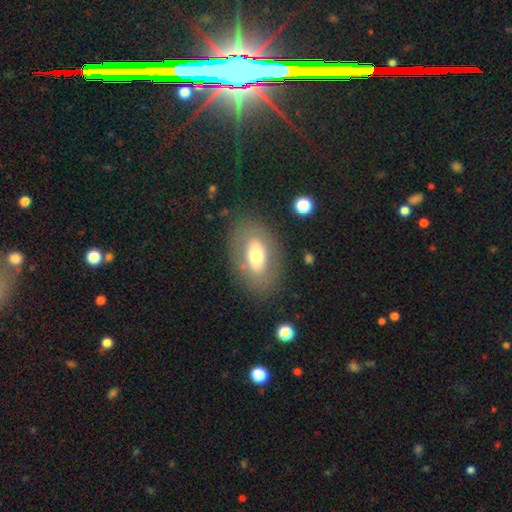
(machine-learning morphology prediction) A smooth galaxy with no disk features (54%) that is in between round and cigar-shaped (87%). Merging: none (79%).